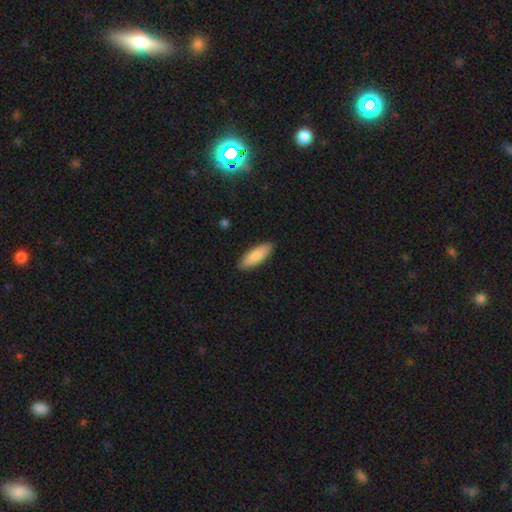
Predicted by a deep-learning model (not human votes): This appears to be a smooth galaxy with no disk features (83%) that is in between round and cigar-shaped (61%). Merging: none (89%).